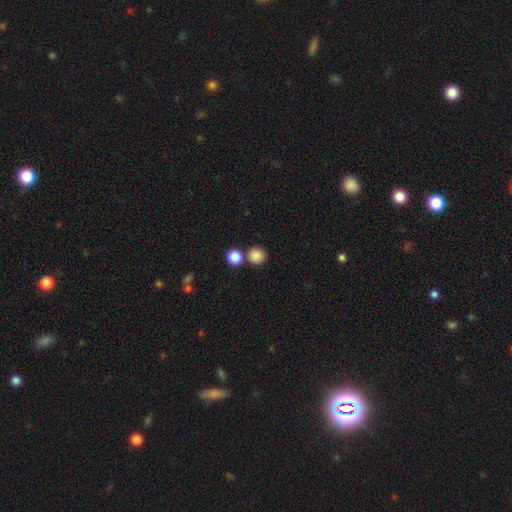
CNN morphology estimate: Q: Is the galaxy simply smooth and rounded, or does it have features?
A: smooth — 86%.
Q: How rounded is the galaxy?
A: round — 90%.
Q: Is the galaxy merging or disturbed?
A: none — 72%.